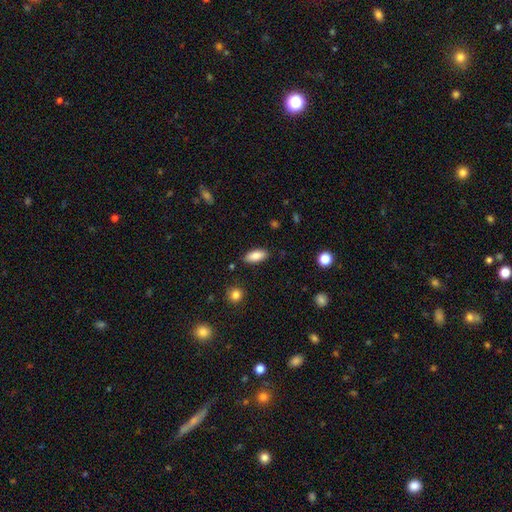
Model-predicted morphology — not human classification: The model was most divided on "how rounded": in between: 82%, cigar-shaped: 16%, round: 2%. More confident: merging — none (86%); smooth or featured — smooth (85%).